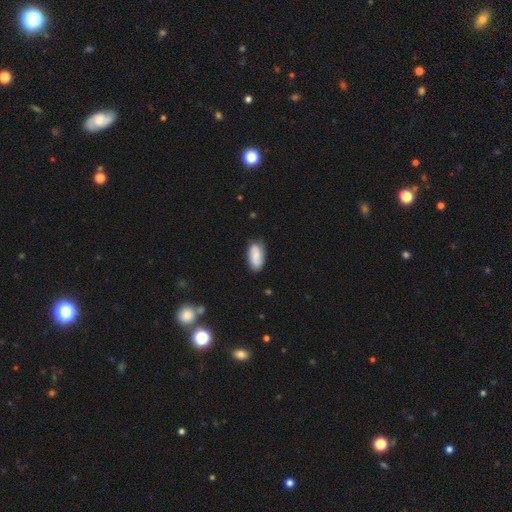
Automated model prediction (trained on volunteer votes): Smooth or featured? Predicted: smooth (p=0.76). How rounded? Predicted: in between (p=0.92). Merging? Predicted: none (p=0.78).